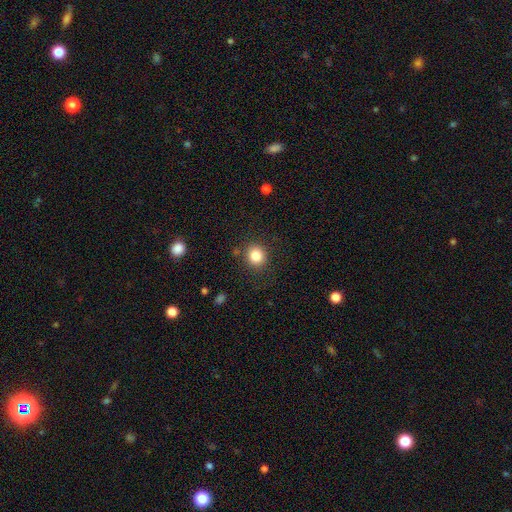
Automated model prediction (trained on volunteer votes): A smooth galaxy with no disk features (83%) that is round (84%). Merging: none (86%).